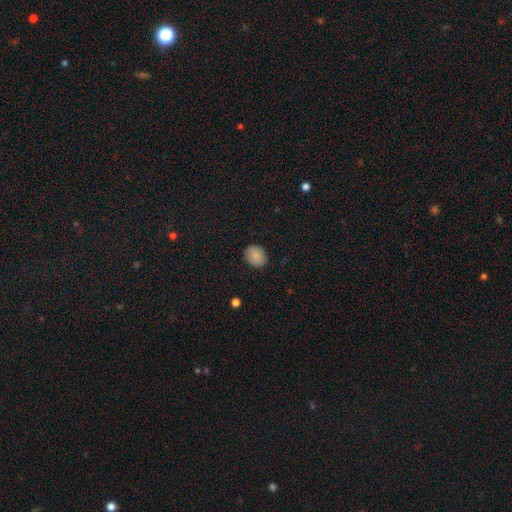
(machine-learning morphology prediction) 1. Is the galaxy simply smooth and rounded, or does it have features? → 87% smooth, 8% star or artifact, 5% featured or disk.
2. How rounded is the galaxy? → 59% round, 40% in between, 1% cigar-shaped.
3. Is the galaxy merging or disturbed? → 87% none, 10% minor disturbance, 2% major disturbance, 1% merger.